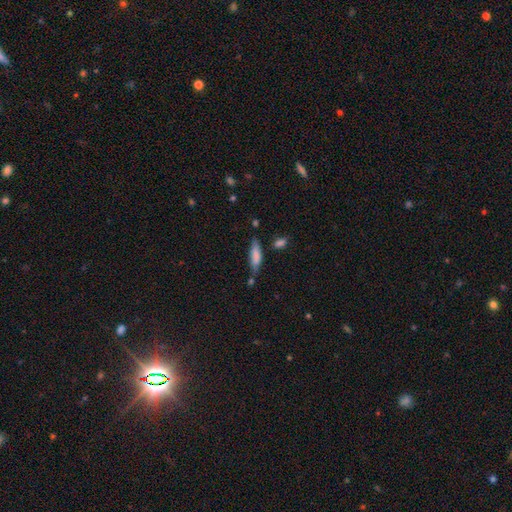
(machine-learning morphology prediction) Smooth or featured? Predicted: smooth (p=0.76). How rounded? Predicted: cigar-shaped (p=0.56). Merging? Predicted: none (p=0.53).